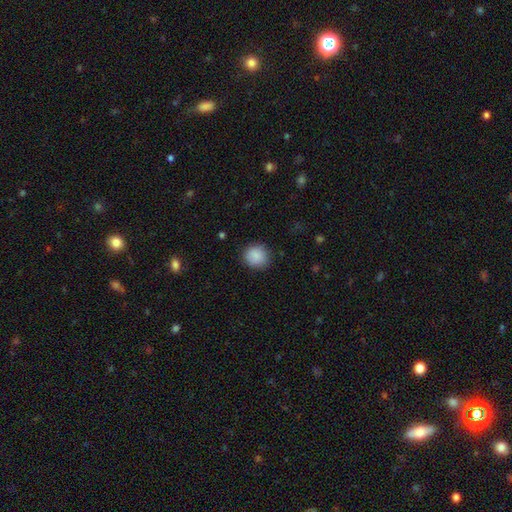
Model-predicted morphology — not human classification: A smooth galaxy with no disk features (89%) that is round (88%). Merging: none (88%).